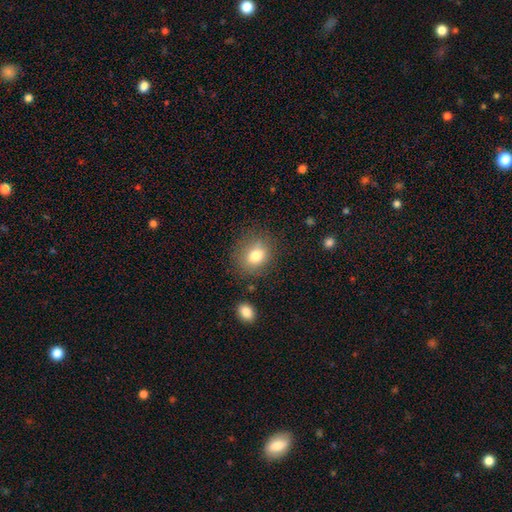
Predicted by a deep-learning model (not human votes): Q: Smooth or featured?
A: smooth (80%); runner-up: featured or disk (10%)
Q: How rounded?
A: round (62%); runner-up: in between (37%)
Q: Merging?
A: none (76%); runner-up: minor disturbance (15%)